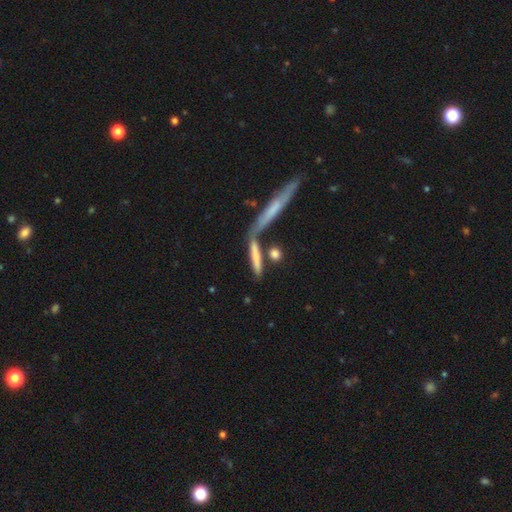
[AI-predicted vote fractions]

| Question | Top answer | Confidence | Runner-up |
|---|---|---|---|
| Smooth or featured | smooth | 67% | featured or disk (25%) |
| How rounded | cigar-shaped | 85% | in between (12%) |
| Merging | none | 54% | merger (27%) |